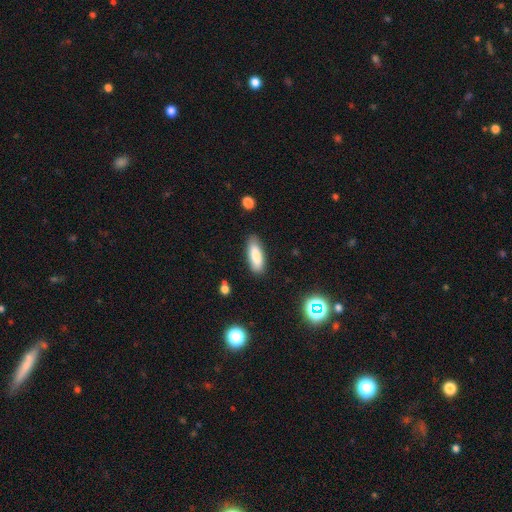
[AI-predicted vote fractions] The model was most divided on "how rounded": in between: 60%, cigar-shaped: 38%, round: 2%. More confident: smooth or featured — smooth (84%); merging — none (84%).